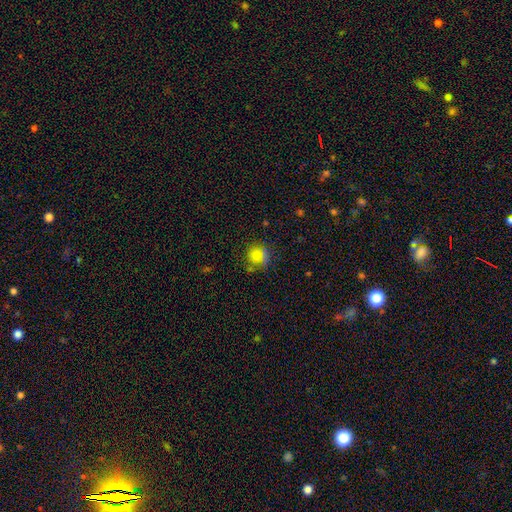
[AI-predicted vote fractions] smooth 74%, star or artifact 16%, featured or disk 10%. Down the decision tree: how rounded — round (89%); merging — none (70%).